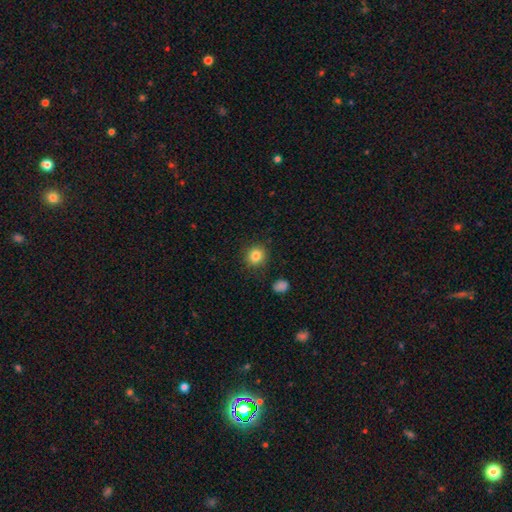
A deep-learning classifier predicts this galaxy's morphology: This is clearly a smooth galaxy (84%). How rounded: clearly round (86%). Merging: clearly none (88%).